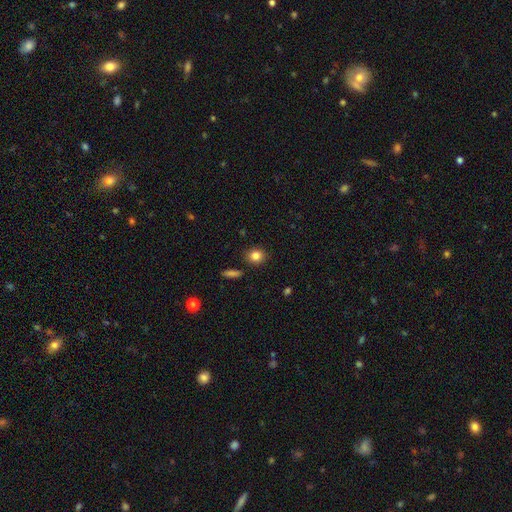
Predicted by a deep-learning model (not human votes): Morphology: type=smooth (84%); roundness=round (73%); merging=none (87%).